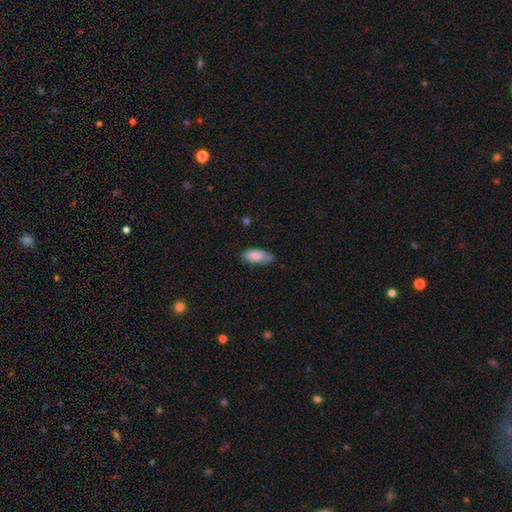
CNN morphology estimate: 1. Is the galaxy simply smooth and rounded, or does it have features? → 81% smooth, 12% featured or disk, 7% star or artifact.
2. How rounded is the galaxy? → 87% in between, 10% cigar-shaped, 2% round.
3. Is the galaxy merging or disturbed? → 64% none, 28% minor disturbance, 4% major disturbance, 3% merger.